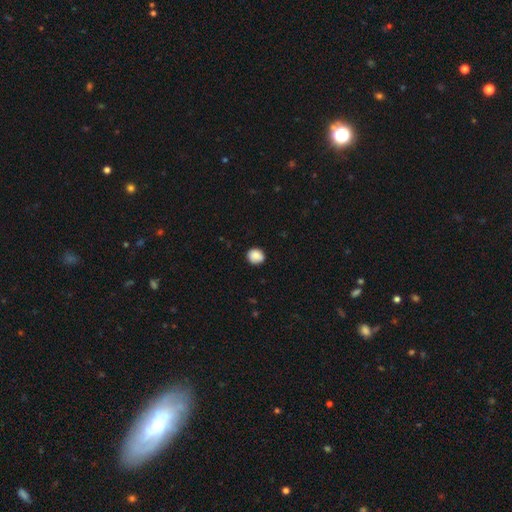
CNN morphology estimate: smooth 85%, star or artifact 9%, featured or disk 6%. Down the decision tree: how rounded — round (81%); merging — none (82%).